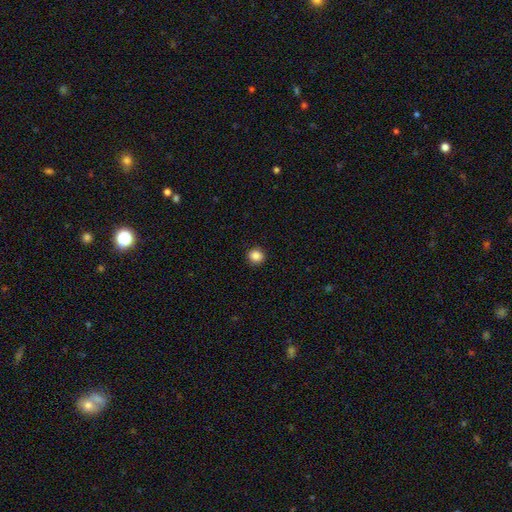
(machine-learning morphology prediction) smooth-or-featured: smooth: 86% | star or artifact: 10% | featured or disk: 3%
  how-rounded: round: 88% | in between: 11% | cigar-shaped: 1%
  merging: none: 91% | minor disturbance: 6% | major disturbance: 2% | merger: 1%